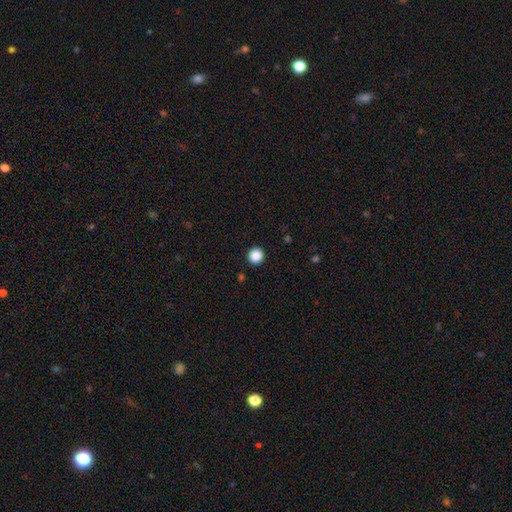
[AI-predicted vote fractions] Overall: smooth (88%). How rounded: round (94%). Merging: none (93%).